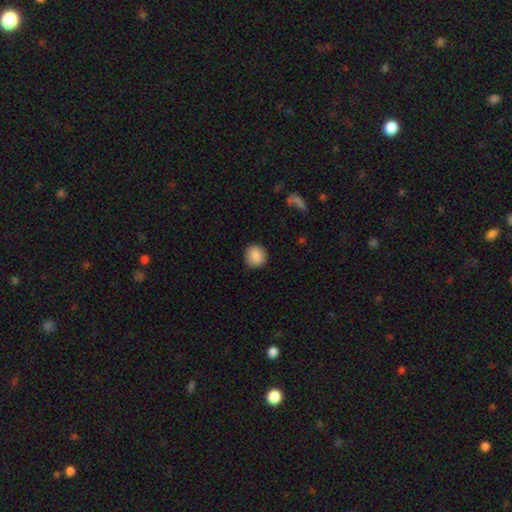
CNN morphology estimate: Smooth or featured? smooth (89%)
How rounded? round (90%)
Merging? none (89%)